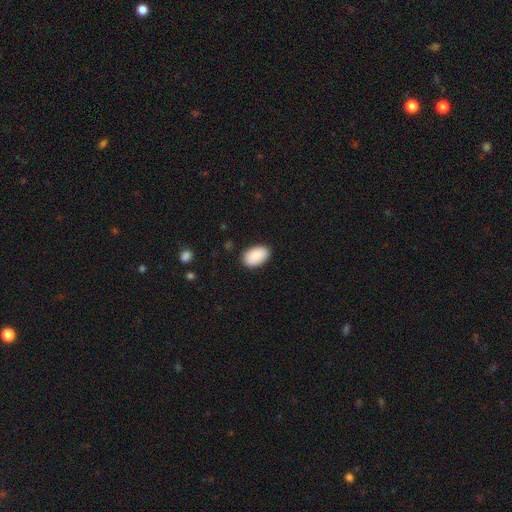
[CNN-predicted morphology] A smooth galaxy with no disk features (90%) that is in between round and cigar-shaped (92%). Merging: none (87%).